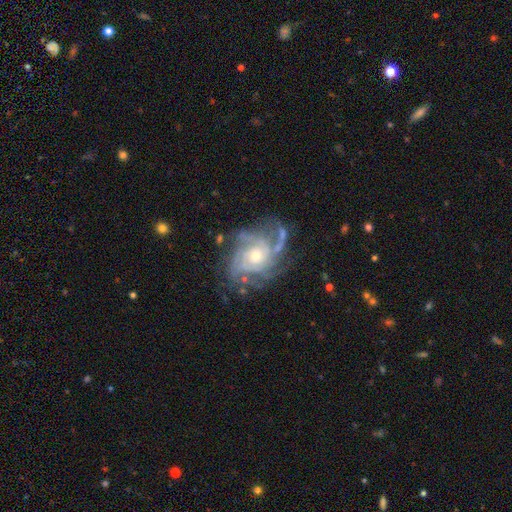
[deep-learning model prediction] A featured or disk galaxy (88%) with no bar (74%), 4 (26%) tight (58%) spiral arms (96%) and a small central bulge (48%, tied with moderate). Merging: none (65%).